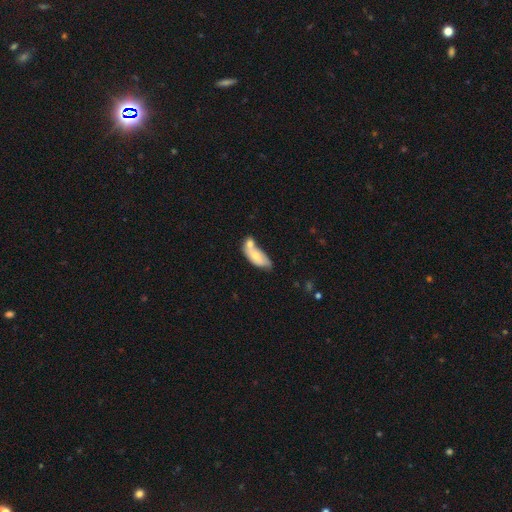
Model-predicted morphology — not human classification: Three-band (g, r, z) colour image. It shows a smooth galaxy with no disk features (62%) that is in between round and cigar-shaped (82%). Merging: merger (53%).